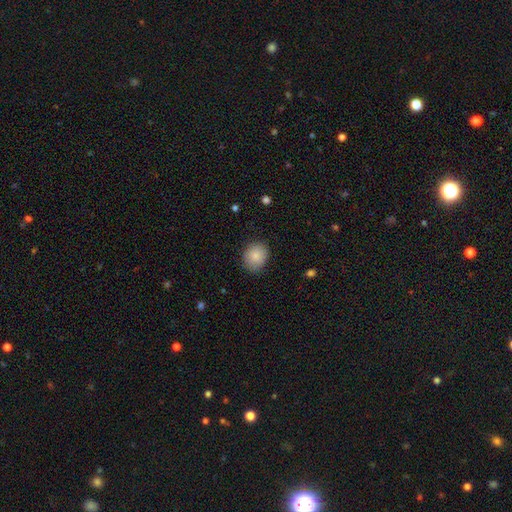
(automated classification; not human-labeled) The model was most divided on "how rounded": round: 67%, in between: 32%, cigar-shaped: 1%. More confident: smooth or featured — smooth (85%); merging — none (84%).